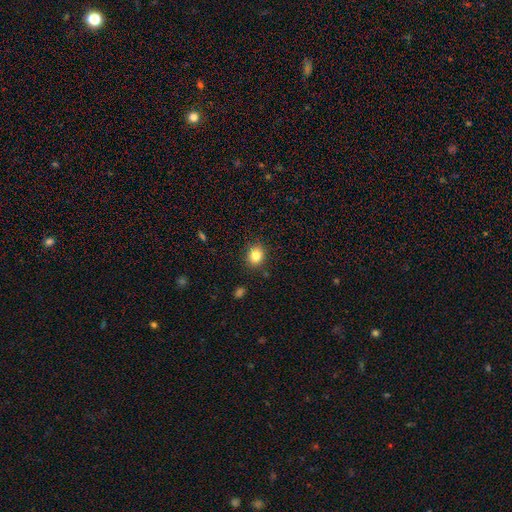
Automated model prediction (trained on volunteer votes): smooth-or-featured: smooth: 83% | star or artifact: 11% | featured or disk: 7%
  how-rounded: round: 64% | in between: 35% | cigar-shaped: 1%
  merging: none: 88% | minor disturbance: 9% | major disturbance: 2% | merger: 2%